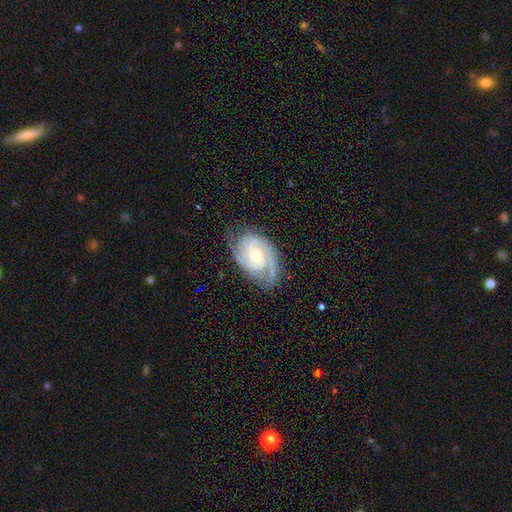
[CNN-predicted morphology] type=featured or disk (89%); edge-on=no (97%); bar=no (60%); spiral arms=yes (98%); winding=tight (63%); arm count=2 (36%); bulge=small (52%); merging=none (73%).